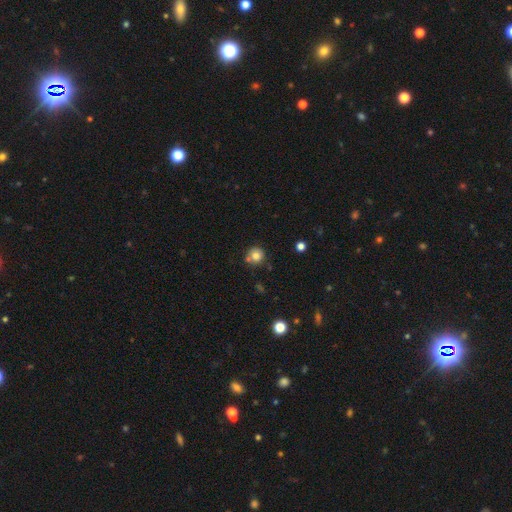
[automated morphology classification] This appears to be a smooth galaxy with no disk features (79%) that is round (90%). Merging: none (69%).